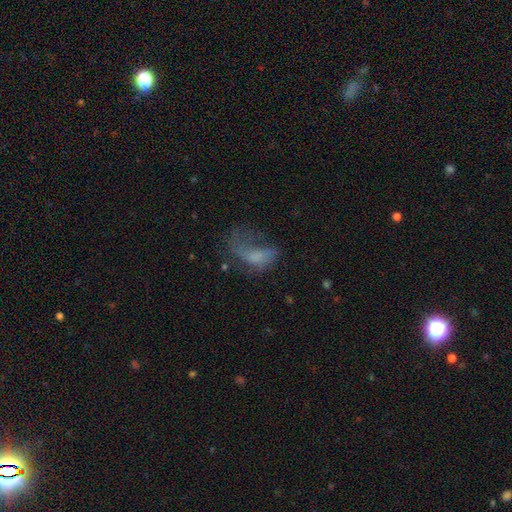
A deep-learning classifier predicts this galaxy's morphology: This appears to be a smooth galaxy with no disk features (44%). Merging: major disturbance (55%).